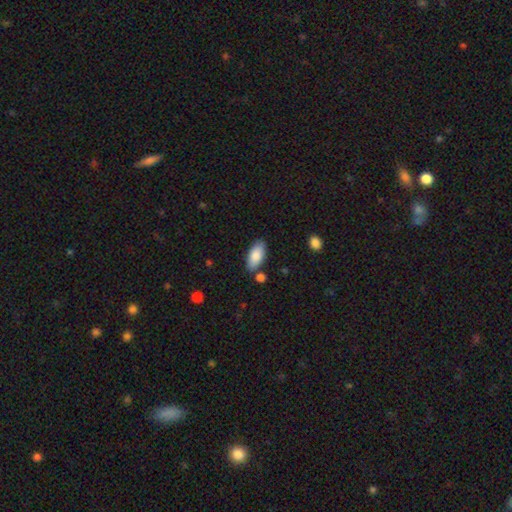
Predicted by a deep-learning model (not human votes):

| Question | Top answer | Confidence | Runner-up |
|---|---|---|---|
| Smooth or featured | smooth | 85% | featured or disk (9%) |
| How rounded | in between | 90% | cigar-shaped (8%) |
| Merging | none | 79% | minor disturbance (12%) |